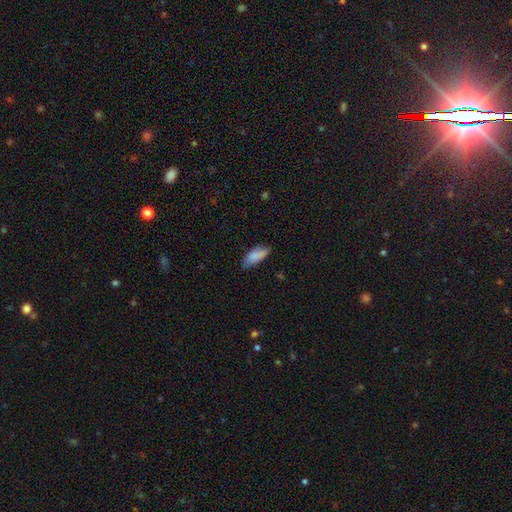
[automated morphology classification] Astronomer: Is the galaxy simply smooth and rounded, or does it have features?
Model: smooth — 82%.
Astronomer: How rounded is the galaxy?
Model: in between — 78%.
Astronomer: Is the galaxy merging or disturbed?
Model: none — 66%.